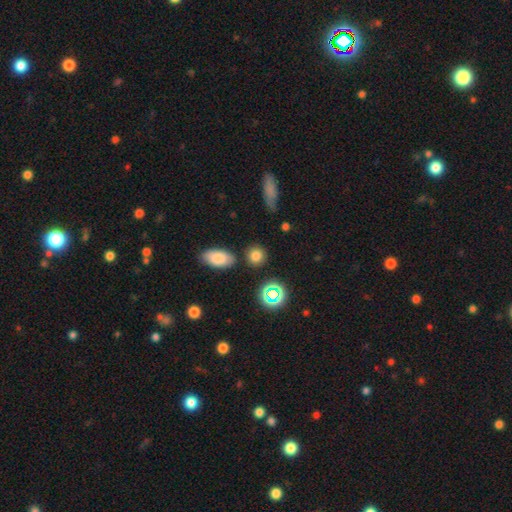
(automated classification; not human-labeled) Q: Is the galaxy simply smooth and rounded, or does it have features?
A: smooth — 79%.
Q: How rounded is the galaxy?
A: round — 80%.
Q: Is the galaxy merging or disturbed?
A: none — 83%.